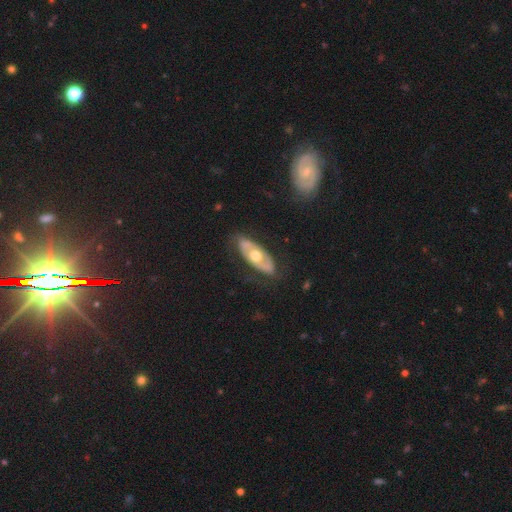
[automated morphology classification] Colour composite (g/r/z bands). It shows a featured or disk galaxy (62%) with no bar (86%), no spiral arms (70%) and a moderate central bulge (76%). Merging: none (79%).